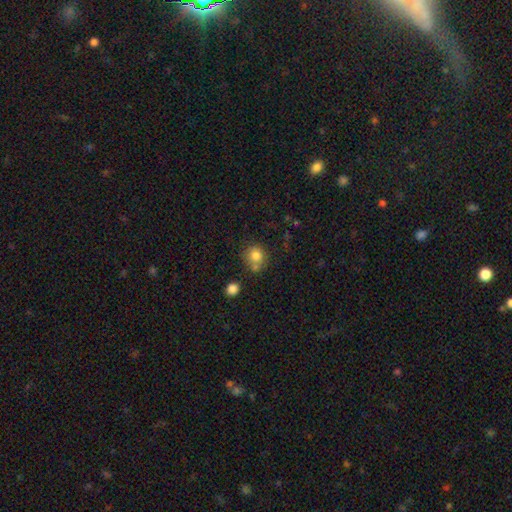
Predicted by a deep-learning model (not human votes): A smooth galaxy with no disk features (80%) that is round (85%).

Vote fractions:
- Smooth or featured? smooth: 80% / star or artifact: 11% / featured or disk: 9%
- How rounded? round: 85% / in between: 14% / cigar-shaped: 1%
- Merging? none: 61% / merger: 23% / minor disturbance: 12% / major disturbance: 4%